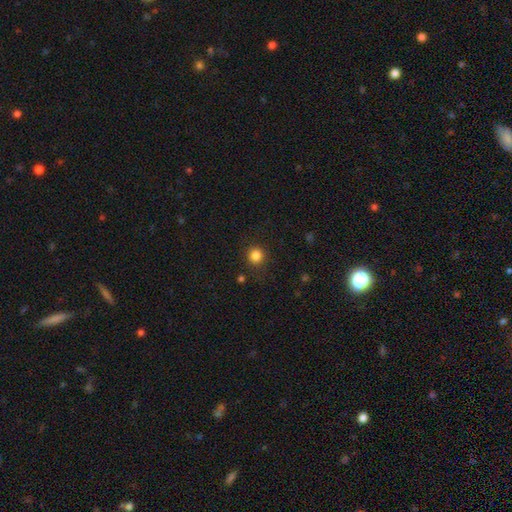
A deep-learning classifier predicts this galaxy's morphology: Q: Smooth or featured?
A: smooth (84%); runner-up: star or artifact (12%)
Q: How rounded?
A: round (92%); runner-up: in between (7%)
Q: Merging?
A: none (88%); runner-up: minor disturbance (7%)